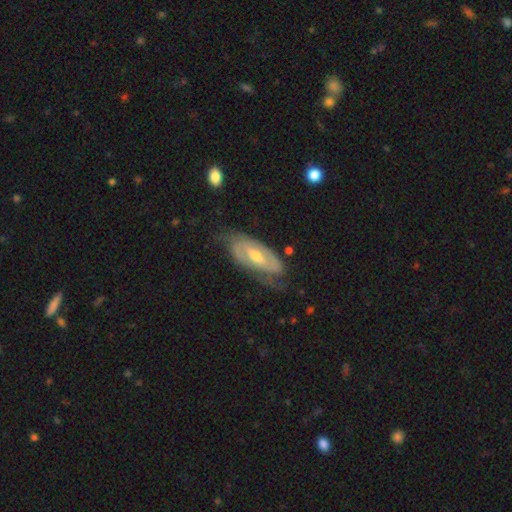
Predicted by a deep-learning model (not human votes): Smooth or featured: featured or disk — 79% (smooth — 16%)
Edge-on disk: no — 89% (yes — 11%)
Bar: weak — 42% (no — 34%)
Spiral arms: yes — 83% (no — 17%)
Spiral winding: tight — 51% (medium — 35%)
Spiral arm count: 2 — 65% (can't tell — 24%)
Bulge size: moderate — 63% (small — 32%)
Merging: none — 66% (minor disturbance — 22%)